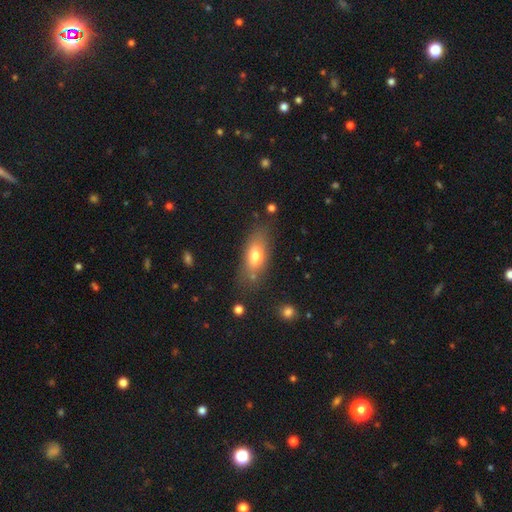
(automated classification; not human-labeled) smooth-or-featured: smooth: 72% | featured or disk: 20% | star or artifact: 8%
  how-rounded: in between: 81% | cigar-shaped: 14% | round: 5%
  merging: none: 71% | minor disturbance: 17% | major disturbance: 6% | merger: 5%